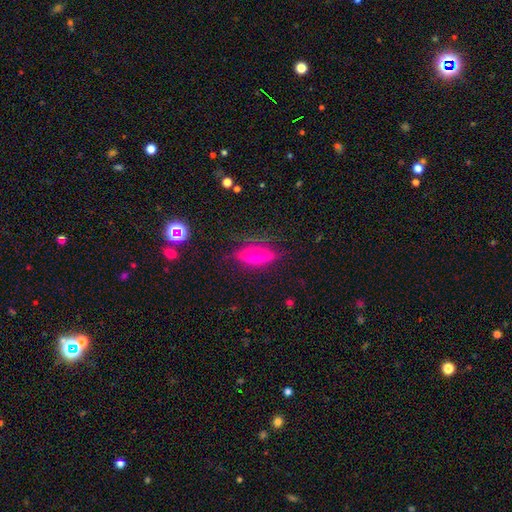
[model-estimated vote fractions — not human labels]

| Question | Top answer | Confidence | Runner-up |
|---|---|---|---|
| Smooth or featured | smooth | 57% | featured or disk (33%) |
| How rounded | cigar-shaped | 52% | in between (45%) |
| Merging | none | 76% | minor disturbance (17%) |